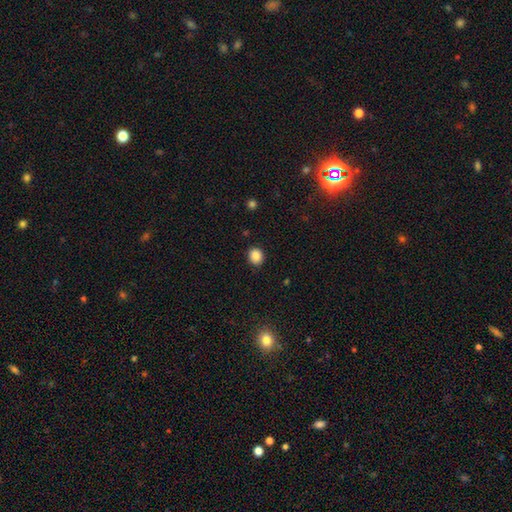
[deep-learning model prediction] A smooth galaxy with no disk features (87%) that is round (75%). Merging: none (88%).